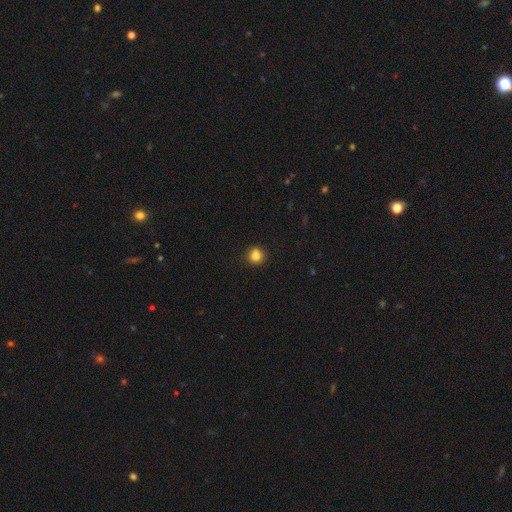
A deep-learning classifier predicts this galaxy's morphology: A smooth galaxy with no disk features (82%) that is round (89%). Merging: none (80%).